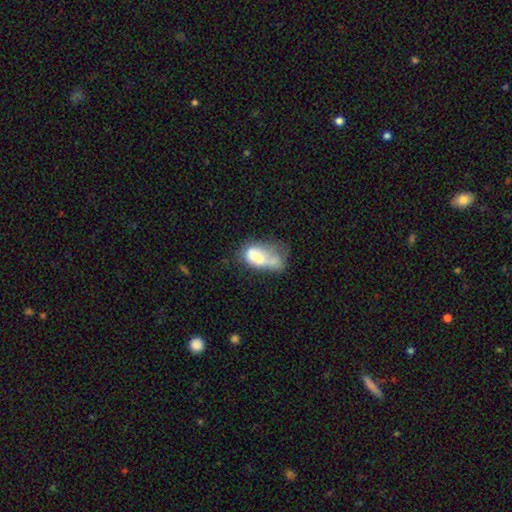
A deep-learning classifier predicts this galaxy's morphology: Q: Smooth or featured?
A: smooth (65%); runner-up: featured or disk (26%)
Q: How rounded?
A: in between (88%); runner-up: round (8%)
Q: Merging?
A: merger (35%); runner-up: major disturbance (31%)